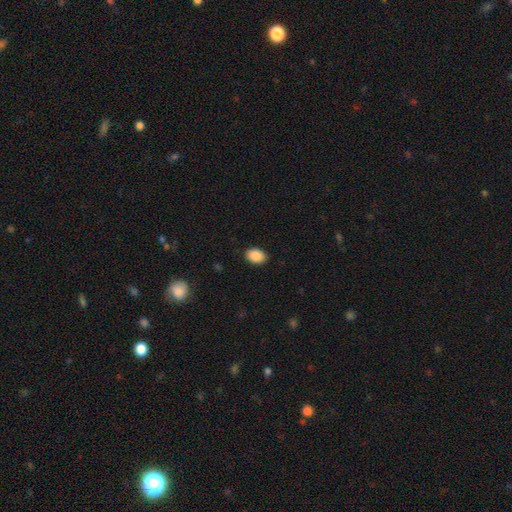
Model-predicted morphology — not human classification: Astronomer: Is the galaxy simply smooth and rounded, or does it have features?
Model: smooth — 90%.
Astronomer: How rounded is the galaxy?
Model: in between — 76%.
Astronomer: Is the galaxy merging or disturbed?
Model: none — 89%.